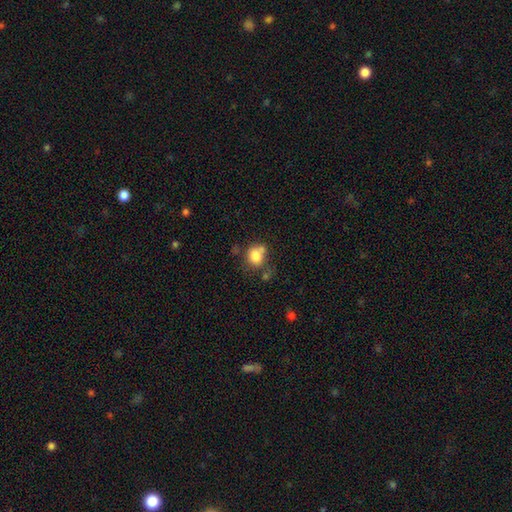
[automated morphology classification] A smooth galaxy with no disk features (79%) that is round (61%).

Vote fractions:
- Smooth or featured? smooth: 79% / featured or disk: 11% / star or artifact: 10%
- How rounded? round: 61% / in between: 38% / cigar-shaped: 1%
- Merging? none: 47% / merger: 24% / minor disturbance: 20% / major disturbance: 9%